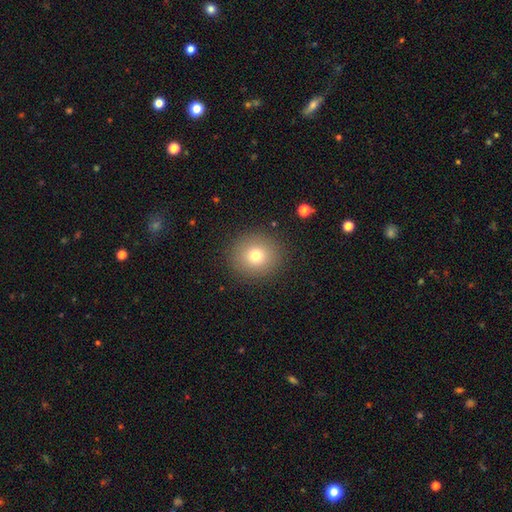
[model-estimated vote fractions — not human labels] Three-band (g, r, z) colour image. It shows a smooth galaxy with no disk features (75%) that is round (90%). Merging: none (89%).